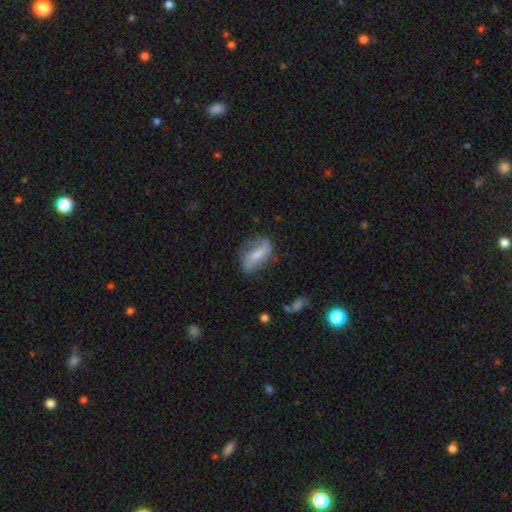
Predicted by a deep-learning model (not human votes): smooth-or-featured: featured or disk: 58% | smooth: 34% | star or artifact: 8%
  disk-edge-on: no: 88% | yes: 12%
    bar: strong: 39% | weak: 36% | no: 25%
    has-spiral-arms: yes: 75% | no: 25%
    bulge-size: small: 42% | moderate: 41% | none: 12% | large: 4% | dominant: 1%
  merging: none: 66% | minor disturbance: 23% | major disturbance: 9% | merger: 3%